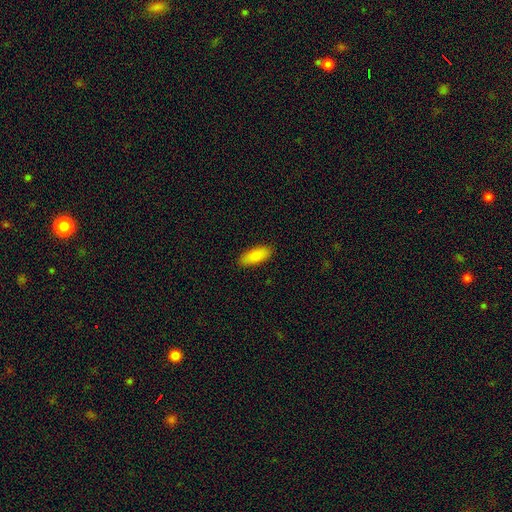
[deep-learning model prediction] Morphology: type=smooth (87%); roundness=in between (79%); merging=none (89%).